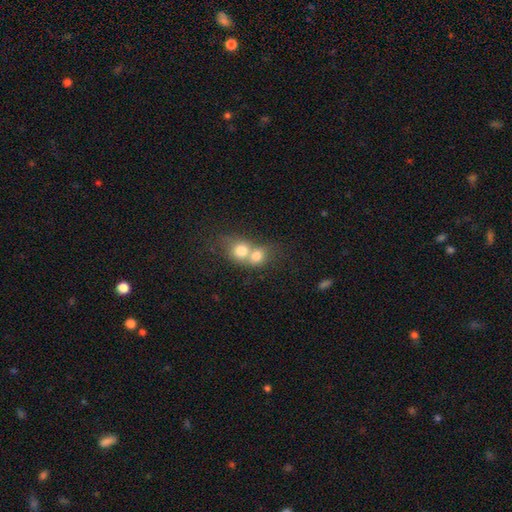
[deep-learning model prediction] Smooth or featured? Predicted: smooth (p=0.74). How rounded? Predicted: round (p=0.69). Merging? Predicted: merger (p=0.75).